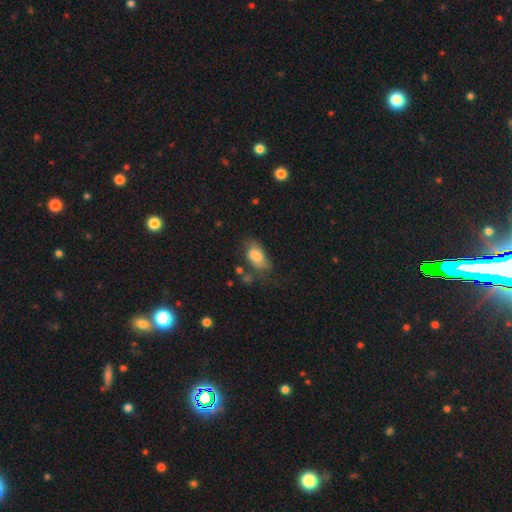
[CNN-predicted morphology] smooth_or_featured: smooth (p=0.77) [alt: featured or disk p=0.15]
how_rounded: in between (p=0.90) [alt: round p=0.06]
merging: none (p=0.43) [alt: minor disturbance p=0.31]